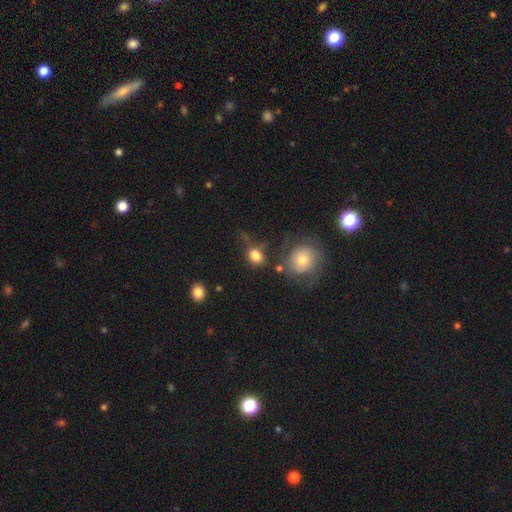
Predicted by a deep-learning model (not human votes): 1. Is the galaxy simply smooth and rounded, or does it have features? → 79% smooth, 11% featured or disk, 10% star or artifact.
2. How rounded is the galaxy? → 51% round, 47% in between, 2% cigar-shaped.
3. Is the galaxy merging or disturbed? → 50% none, 21% minor disturbance, 16% major disturbance, 13% merger.